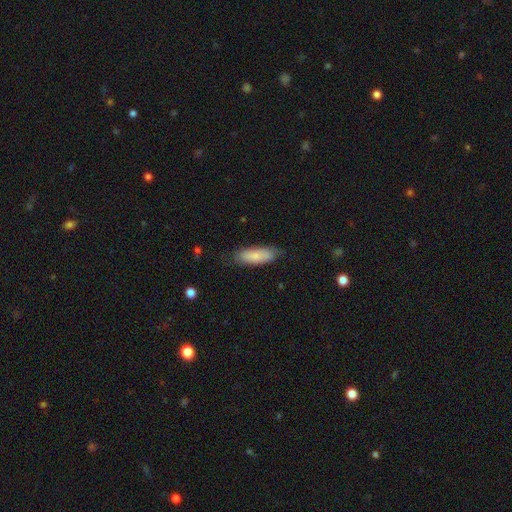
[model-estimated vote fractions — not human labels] Morphology: type=smooth (81%); roundness=in between (64%); merging=none (77%).